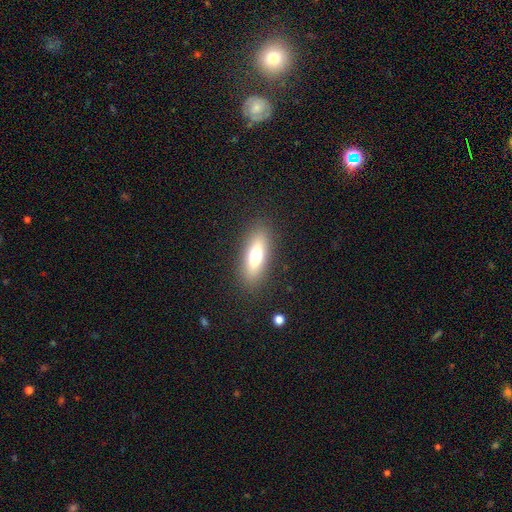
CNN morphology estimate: Smooth or featured: smooth — 67% (featured or disk — 24%)
How rounded: in between — 61% (cigar-shaped — 35%)
Merging: none — 87% (minor disturbance — 8%)